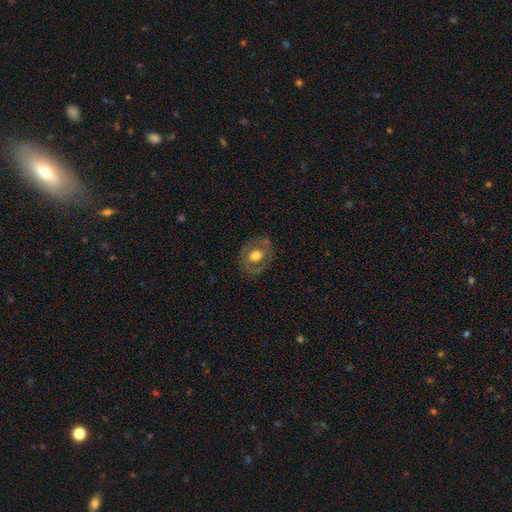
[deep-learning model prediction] Smooth or featured? Predicted: featured or disk (p=0.51). Edge-on disk? Predicted: no (p=0.94). Merging? Predicted: none (p=0.77).